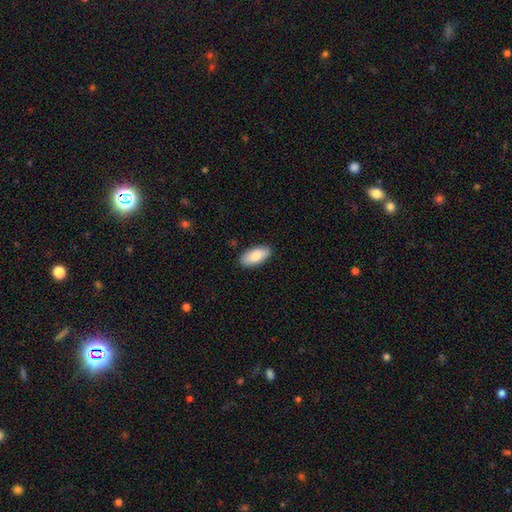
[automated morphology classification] A smooth galaxy with no disk features (85%) that is in between round and cigar-shaped (91%).

Vote fractions:
- Smooth or featured? smooth: 85% / featured or disk: 10% / star or artifact: 6%
- How rounded? in between: 91% / cigar-shaped: 7% / round: 2%
- Merging? none: 88% / minor disturbance: 9% / major disturbance: 2% / merger: 1%